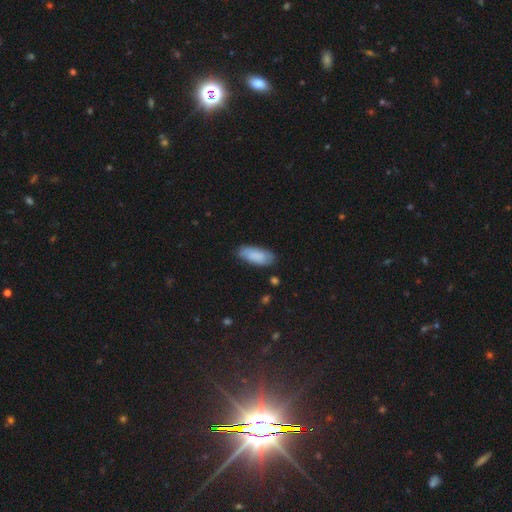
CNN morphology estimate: smooth 83%, featured or disk 11%, star or artifact 6%. Down the decision tree: how rounded — in between (83%); merging — none (75%).